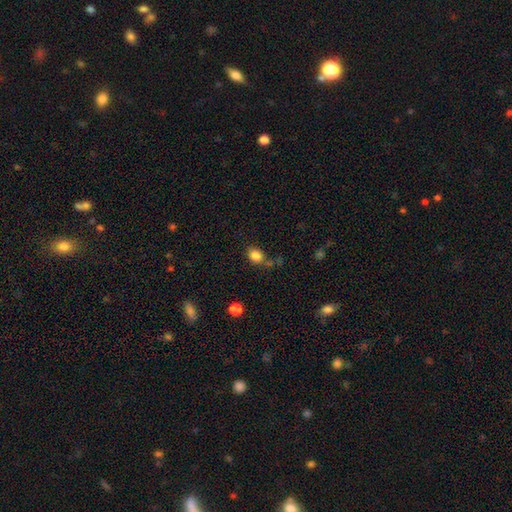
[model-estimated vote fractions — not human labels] Smooth or featured?
  - smooth: 84% *
  - star or artifact: 11%
  - featured or disk: 5%
How rounded?
  - round: 54% *
  - in between: 45%
  - cigar-shaped: 1%
Merging?
  - none: 65% *
  - minor disturbance: 18%
  - merger: 10%
  - major disturbance: 7%